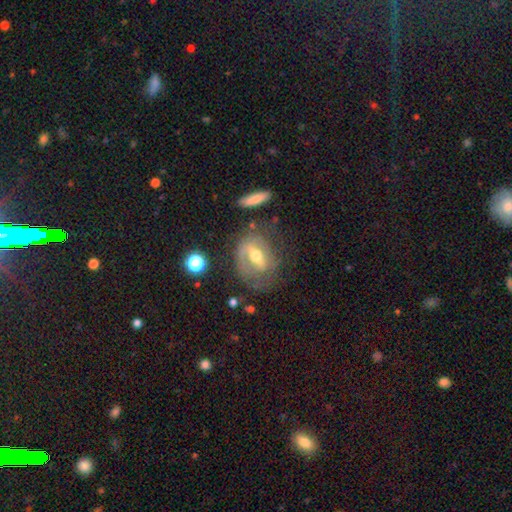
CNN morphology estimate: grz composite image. It shows a featured or disk galaxy (70%) with a strong bar (43%), spiral arms (57%) and a moderate central bulge (69%). Merging: none (53%).